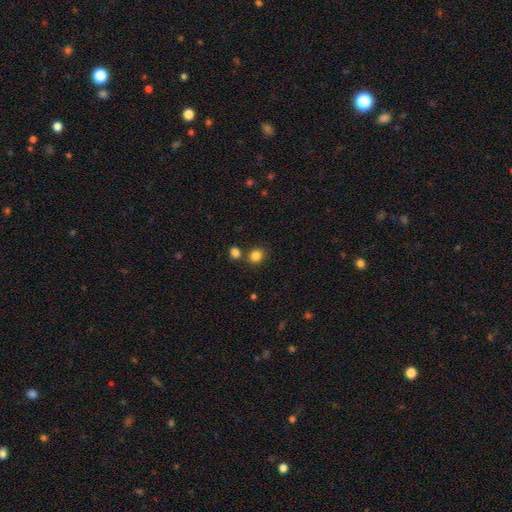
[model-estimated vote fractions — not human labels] A smooth galaxy with no disk features (84%) that is round (72%).

Vote fractions:
- Smooth or featured? smooth: 84% / star or artifact: 11% / featured or disk: 5%
- How rounded? round: 72% / in between: 27% / cigar-shaped: 1%
- Merging? none: 72% / merger: 15% / minor disturbance: 10% / major disturbance: 3%